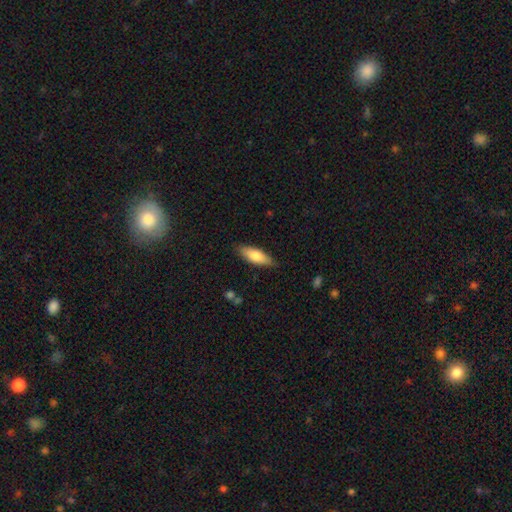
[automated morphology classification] Smooth or featured?
  - smooth: 76% *
  - featured or disk: 19%
  - star or artifact: 6%
How rounded?
  - in between: 65% *
  - cigar-shaped: 33%
  - round: 2%
Merging?
  - none: 83% *
  - minor disturbance: 13%
  - major disturbance: 2%
  - merger: 1%